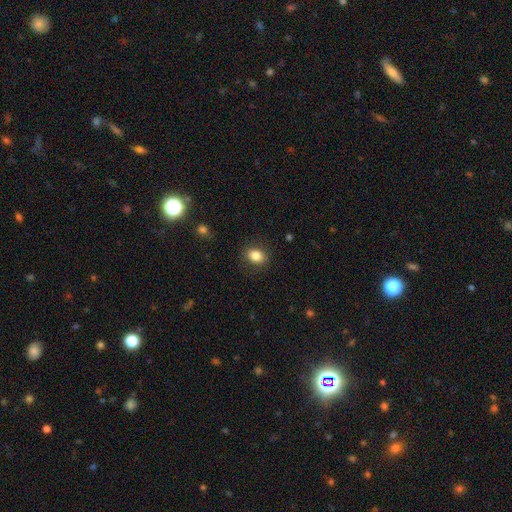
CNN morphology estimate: Smooth or featured? Predicted: smooth (p=0.84). How rounded? Predicted: in between (p=0.66). Merging? Predicted: none (p=0.86).